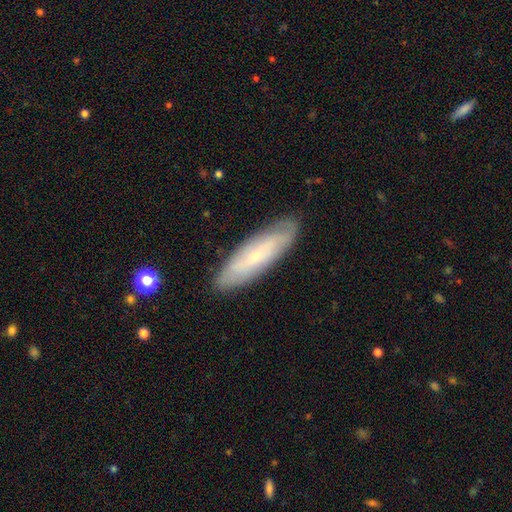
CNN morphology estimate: A featured or disk galaxy (48%).

Vote fractions:
- Smooth or featured? featured or disk: 48% / smooth: 45% / star or artifact: 7%
- Merging? none: 84% / minor disturbance: 12% / major disturbance: 2% / merger: 1%